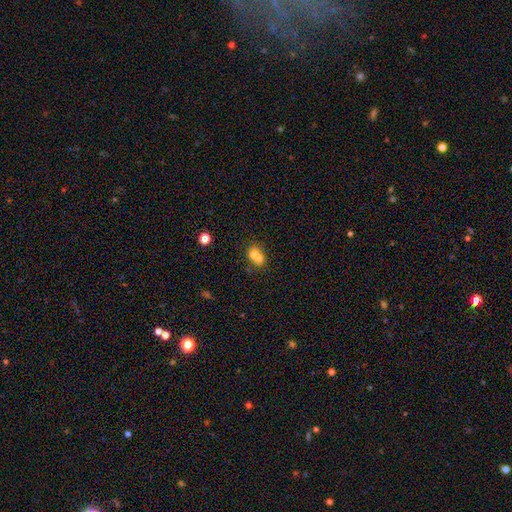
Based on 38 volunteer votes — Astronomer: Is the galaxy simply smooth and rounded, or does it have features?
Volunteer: smooth — 68%.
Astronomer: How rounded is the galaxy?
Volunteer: round — 50%, tied with in between at 50%.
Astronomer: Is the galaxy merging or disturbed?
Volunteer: merger — 73%.